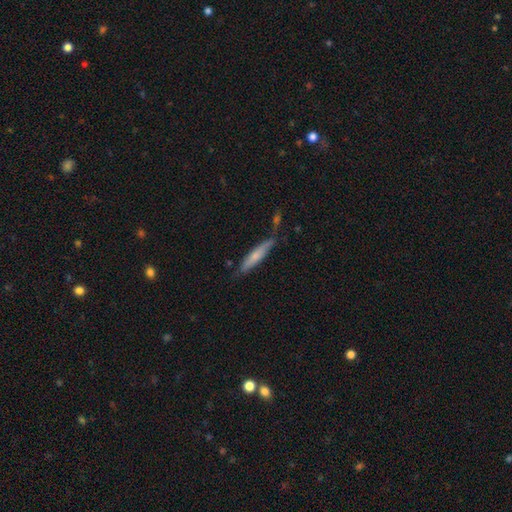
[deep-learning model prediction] This appears to be a smooth galaxy with no disk features (63%) that is cigar-shaped (87%). Merging: none (70%).